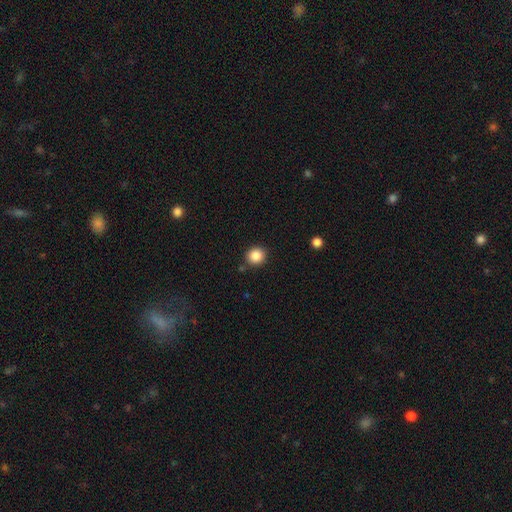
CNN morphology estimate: smooth-or-featured: smooth: 87% | star or artifact: 10% | featured or disk: 4%
  how-rounded: round: 88% | in between: 11% | cigar-shaped: 1%
  merging: none: 88% | minor disturbance: 7% | merger: 3% | major disturbance: 2%